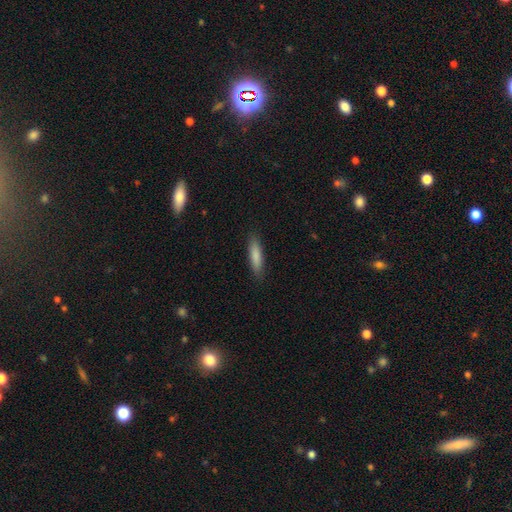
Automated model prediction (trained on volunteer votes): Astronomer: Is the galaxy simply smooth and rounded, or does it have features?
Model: smooth — 84%.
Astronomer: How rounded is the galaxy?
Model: cigar-shaped — 77%.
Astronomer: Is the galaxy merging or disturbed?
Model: none — 88%.